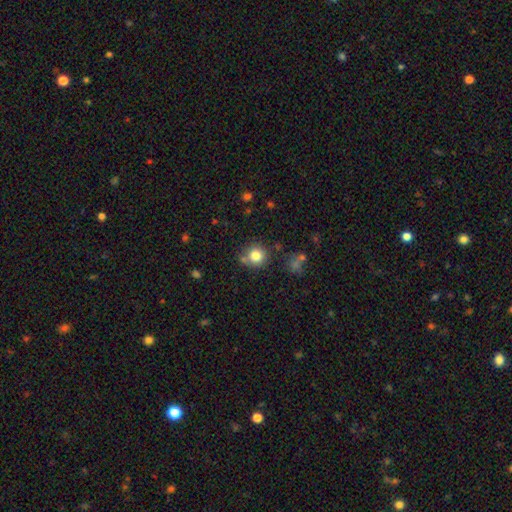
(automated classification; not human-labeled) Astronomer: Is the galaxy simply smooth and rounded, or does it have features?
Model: smooth — 81%.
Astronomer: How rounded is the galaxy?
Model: round — 91%.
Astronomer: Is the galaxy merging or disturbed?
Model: none — 71%.